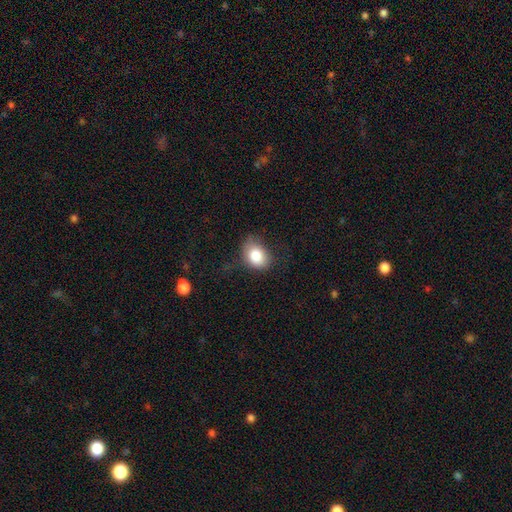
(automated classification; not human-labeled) Q: Smooth or featured?
A: smooth (83%); runner-up: featured or disk (9%)
Q: How rounded?
A: in between (67%); runner-up: round (32%)
Q: Merging?
A: none (57%); runner-up: minor disturbance (30%)